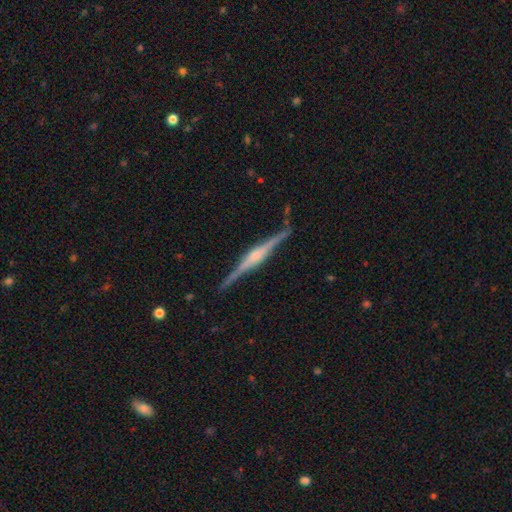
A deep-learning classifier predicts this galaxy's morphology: Smooth or featured? Predicted: featured or disk (p=0.86). Edge-on disk? Predicted: yes (p=0.98). Edge-on bulge? Predicted: rounded (p=0.67). Merging? Predicted: none (p=0.86).